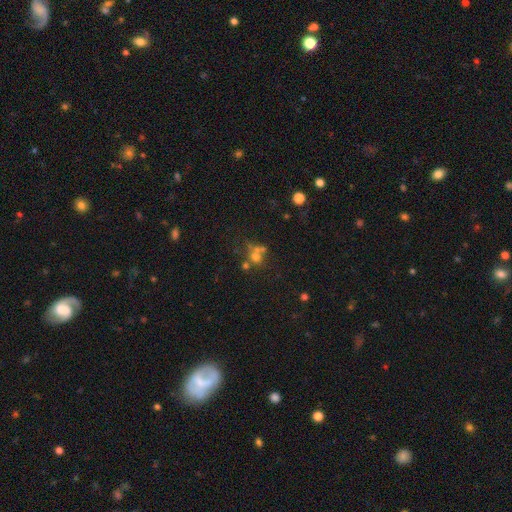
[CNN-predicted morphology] A smooth galaxy with no disk features (49%).

Vote fractions:
- Smooth or featured? smooth: 49% / star or artifact: 29% / featured or disk: 22%
- Merging? merger: 41% (tied) / none: 41% (tied) / minor disturbance: 10% / major disturbance: 9%